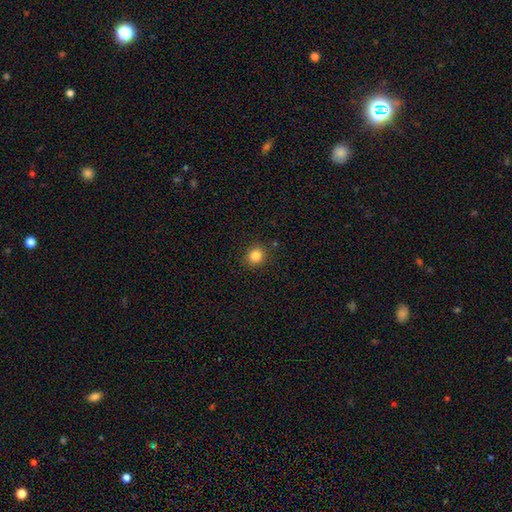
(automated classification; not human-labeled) Q: Smooth or featured?
A: smooth (84%); runner-up: star or artifact (11%)
Q: How rounded?
A: round (86%); runner-up: in between (13%)
Q: Merging?
A: none (88%); runner-up: minor disturbance (8%)